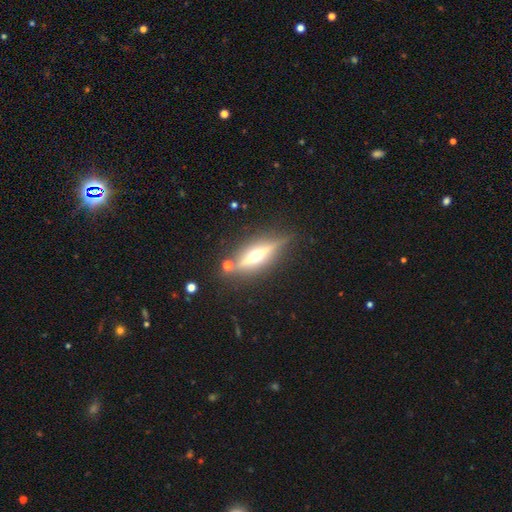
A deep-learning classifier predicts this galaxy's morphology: type=featured or disk (78%); edge-on=yes (95%); edge-on bulge=rounded (94%); merging=none (83%).